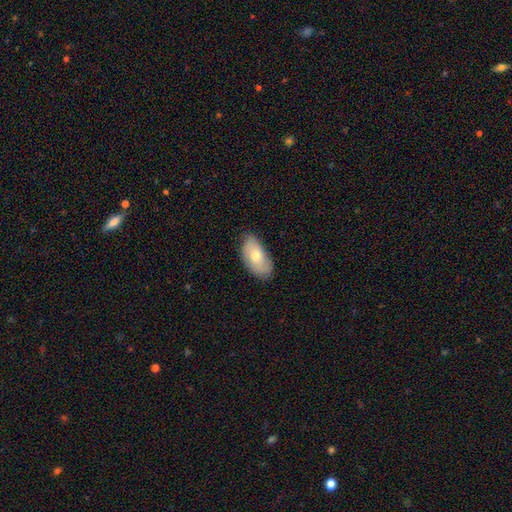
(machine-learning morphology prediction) smooth-or-featured: smooth: 62% | featured or disk: 31% | star or artifact: 7%
  how-rounded: in between: 93% | round: 4% | cigar-shaped: 3%
  merging: none: 76% | minor disturbance: 19% | major disturbance: 3% | merger: 1%